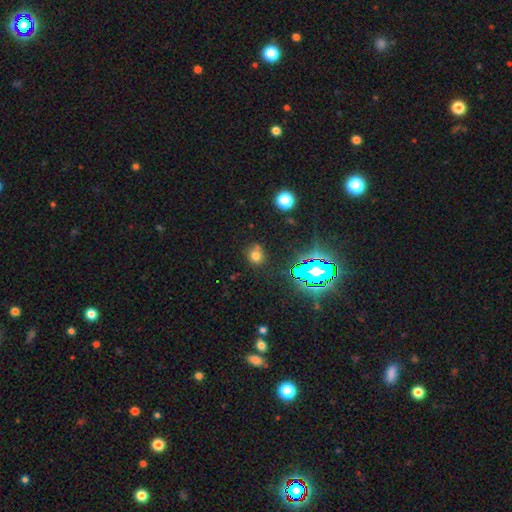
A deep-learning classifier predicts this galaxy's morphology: Smooth or featured? smooth (65%)
How rounded? round (78%)
Merging? none (69%)